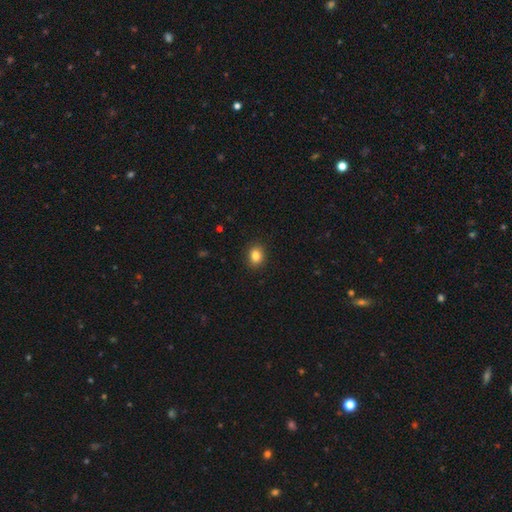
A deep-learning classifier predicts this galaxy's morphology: Smooth or featured: smooth — 85% (star or artifact — 10%)
How rounded: round — 53% (in between — 46%)
Merging: none — 90% (minor disturbance — 7%)